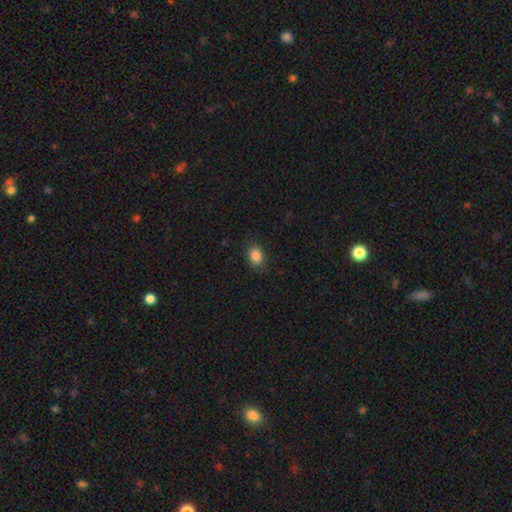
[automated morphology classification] Smooth or featured: smooth — 86% (star or artifact — 9%)
How rounded: in between — 71% (round — 28%)
Merging: none — 86% (minor disturbance — 11%)